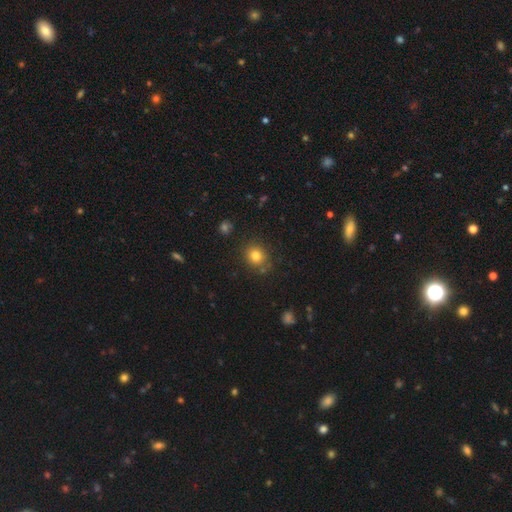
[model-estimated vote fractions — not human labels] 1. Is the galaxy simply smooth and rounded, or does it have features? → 80% smooth, 13% star or artifact, 7% featured or disk.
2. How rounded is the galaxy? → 82% round, 17% in between, 1% cigar-shaped.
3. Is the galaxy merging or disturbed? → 82% none, 10% minor disturbance, 4% merger, 3% major disturbance.